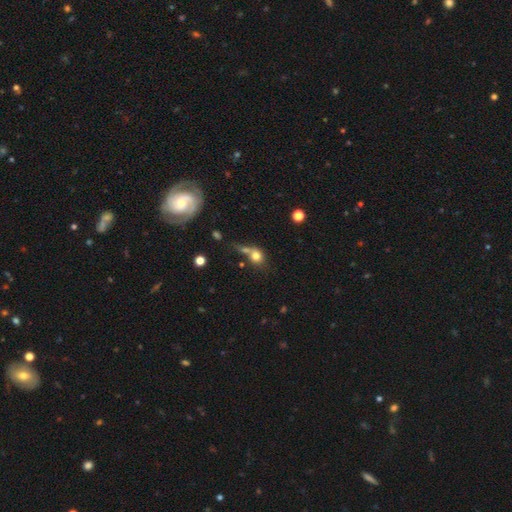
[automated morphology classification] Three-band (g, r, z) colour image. It shows a smooth galaxy with no disk features (75%) that is round (72%). Merging: none (39%).